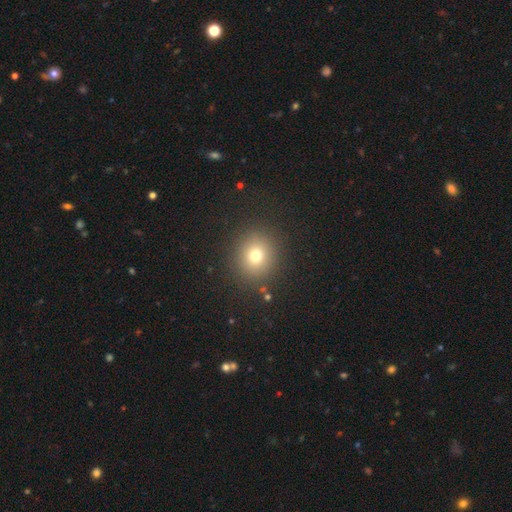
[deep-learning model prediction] smooth 74%, star or artifact 17%, featured or disk 9%. Down the decision tree: how rounded — round (87%); merging — none (89%).